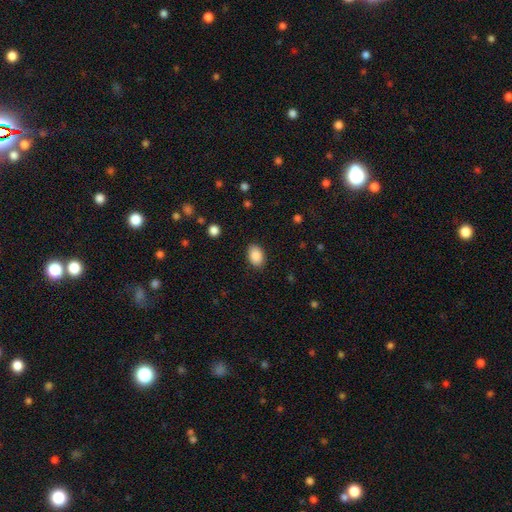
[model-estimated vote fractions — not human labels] Smooth or featured?
  - smooth: 89% *
  - star or artifact: 7%
  - featured or disk: 4%
How rounded?
  - in between: 85% *
  - round: 14%
  - cigar-shaped: 1%
Merging?
  - none: 88% *
  - minor disturbance: 9%
  - major disturbance: 2%
  - merger: 1%